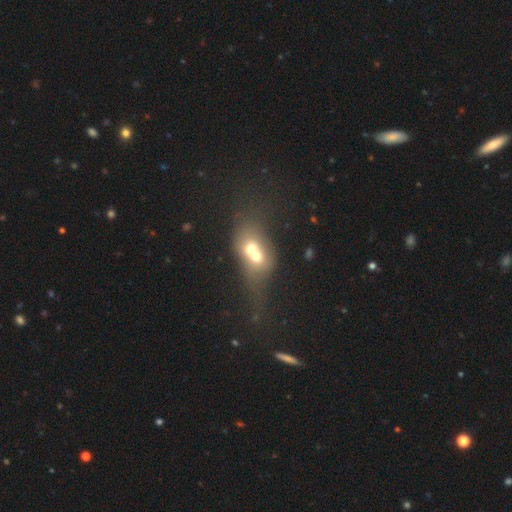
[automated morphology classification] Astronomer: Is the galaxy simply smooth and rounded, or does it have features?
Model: smooth — 55% (runner-up: featured or disk, 32%).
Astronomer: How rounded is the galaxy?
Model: in between — 49%, tied with round at 49%.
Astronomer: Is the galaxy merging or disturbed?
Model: merger — 76%.